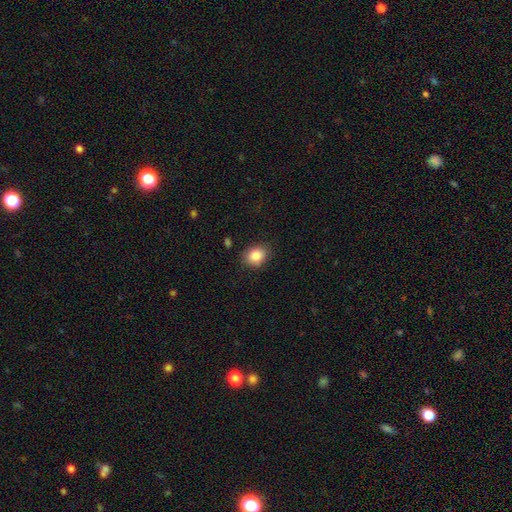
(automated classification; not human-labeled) Smooth or featured?
  - smooth: 85% *
  - star or artifact: 9%
  - featured or disk: 6%
How rounded?
  - round: 50% *
  - in between: 49%
  - cigar-shaped: 1%
Merging?
  - none: 83% *
  - minor disturbance: 12%
  - major disturbance: 3%
  - merger: 2%